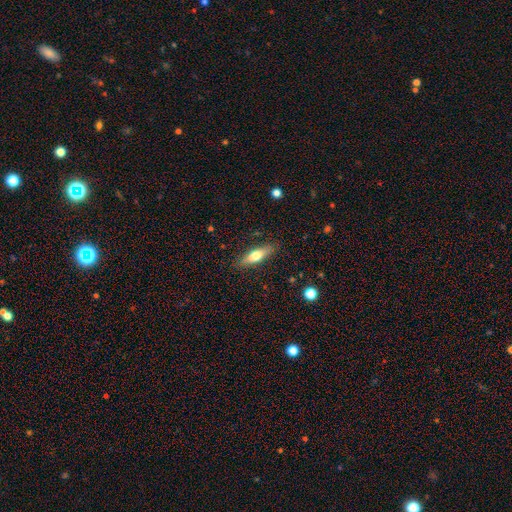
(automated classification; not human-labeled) A smooth galaxy with no disk features (62%) that is cigar-shaped (55%). Merging: none (86%).